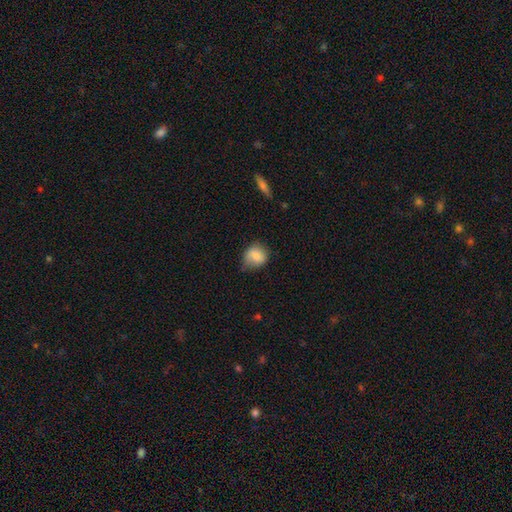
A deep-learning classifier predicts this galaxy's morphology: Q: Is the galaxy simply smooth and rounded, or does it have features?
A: smooth — 78%.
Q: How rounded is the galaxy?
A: round — 72%.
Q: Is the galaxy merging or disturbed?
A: none — 60%.